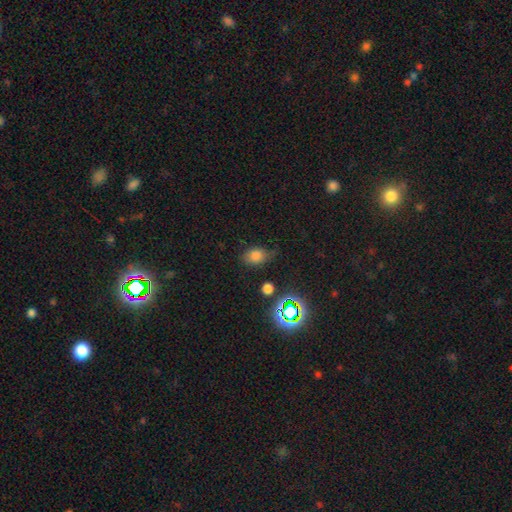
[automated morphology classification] type=smooth (75%); roundness=in between (70%); merging=none (63%).